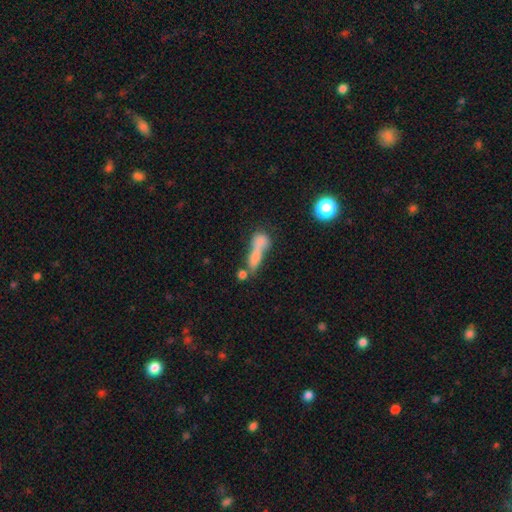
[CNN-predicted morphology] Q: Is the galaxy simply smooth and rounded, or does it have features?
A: smooth — 63%.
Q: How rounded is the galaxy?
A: cigar-shaped — 57%.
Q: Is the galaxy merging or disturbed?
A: merger — 51%.